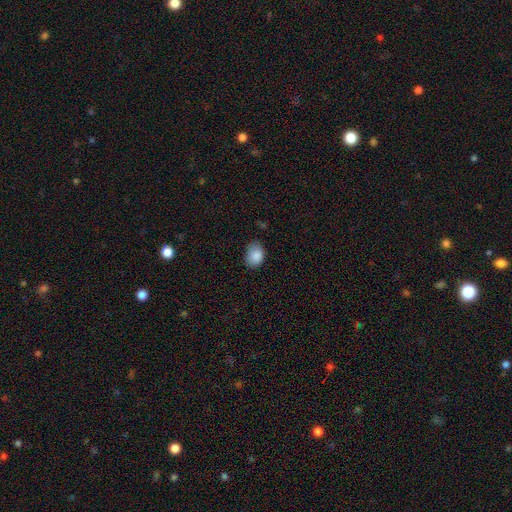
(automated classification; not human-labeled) Smooth or featured? Predicted: smooth (p=0.87). How rounded? Predicted: in between (p=0.75). Merging? Predicted: none (p=0.68).